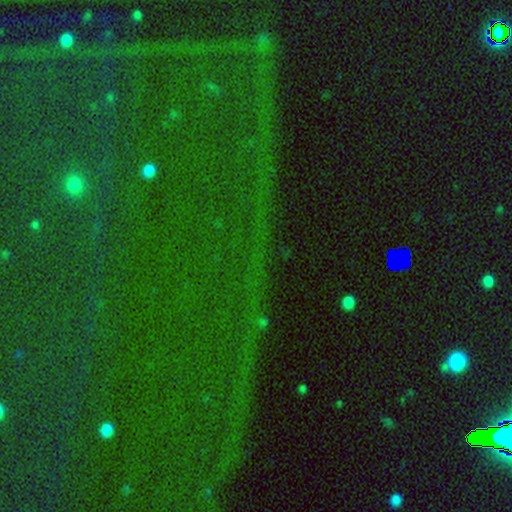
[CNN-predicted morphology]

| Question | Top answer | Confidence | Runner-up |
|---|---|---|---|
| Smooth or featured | star or artifact | 81% | featured or disk (10%) |